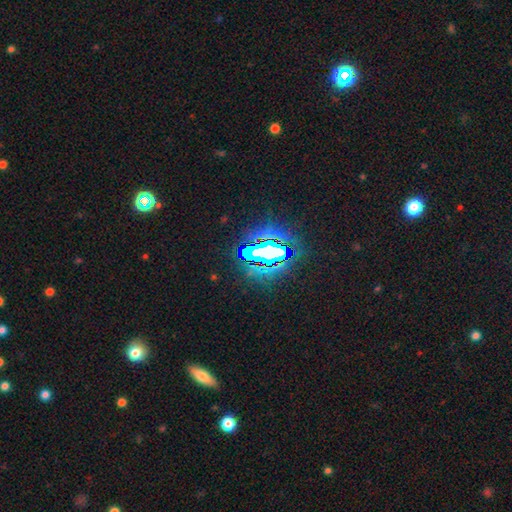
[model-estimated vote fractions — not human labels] Smooth or featured? Predicted: star or artifact (p=0.81).